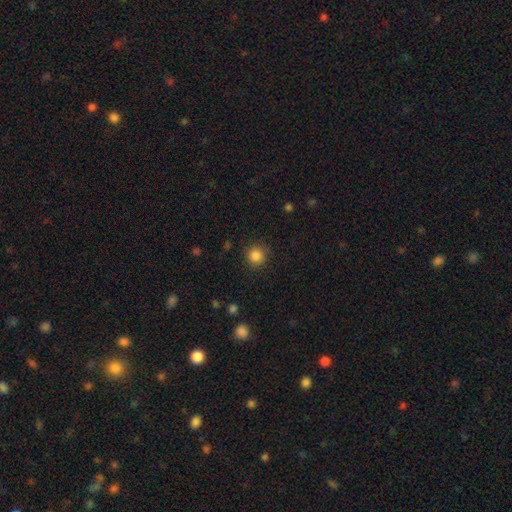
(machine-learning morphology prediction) Smooth or featured: smooth — 85% (star or artifact — 11%)
How rounded: round — 94% (in between — 5%)
Merging: none — 88% (minor disturbance — 8%)